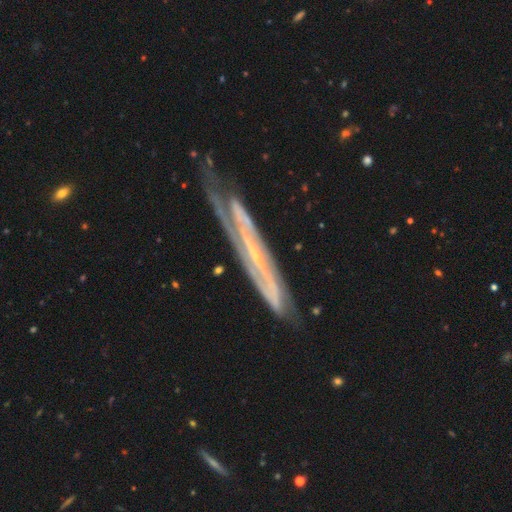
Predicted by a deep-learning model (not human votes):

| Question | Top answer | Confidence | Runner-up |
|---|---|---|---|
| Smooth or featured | featured or disk | 79% | smooth (13%) |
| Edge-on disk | yes | 51% | no (49%) |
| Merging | none | 59% | minor disturbance (24%) |